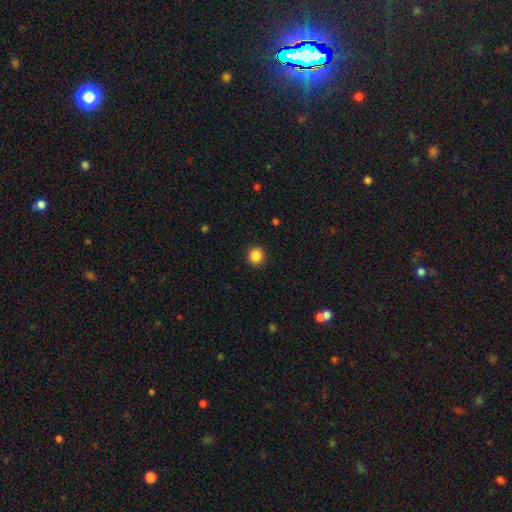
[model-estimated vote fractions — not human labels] Smooth or featured?
  - smooth: 88% *
  - star or artifact: 10%
  - featured or disk: 3%
How rounded?
  - round: 92% *
  - in between: 7%
  - cigar-shaped: 1%
Merging?
  - none: 92% *
  - minor disturbance: 5%
  - major disturbance: 2%
  - merger: 1%